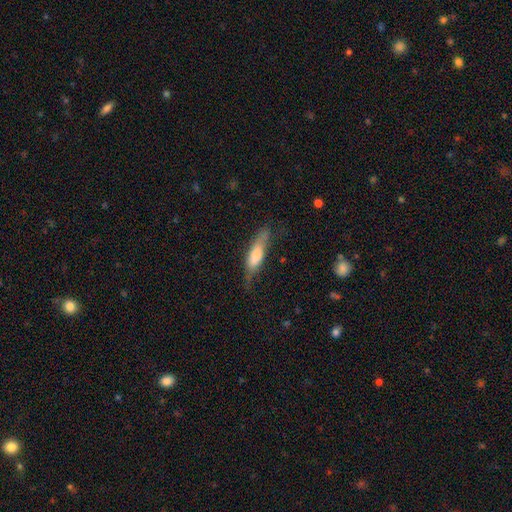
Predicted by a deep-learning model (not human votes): Smooth or featured: smooth — 65% (featured or disk — 28%)
How rounded: cigar-shaped — 56% (in between — 42%)
Merging: none — 54% (minor disturbance — 30%)